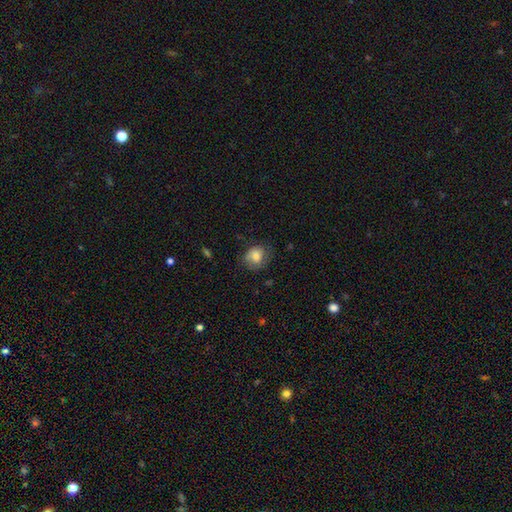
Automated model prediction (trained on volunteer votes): smooth_or_featured: smooth (p=0.71) [alt: featured or disk p=0.20]
how_rounded: round (p=0.62) [alt: in between p=0.37]
merging: none (p=0.64) [alt: minor disturbance p=0.25]